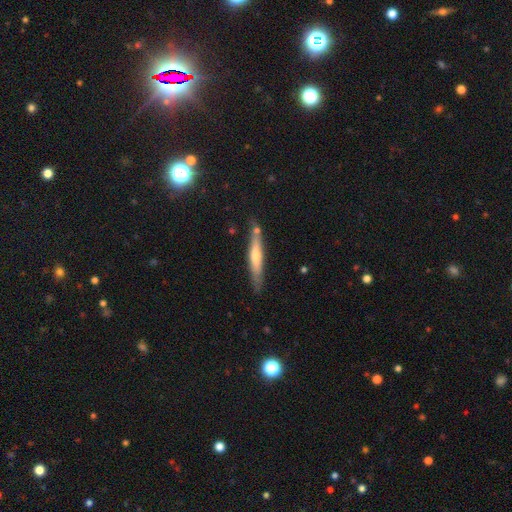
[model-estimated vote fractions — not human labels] smooth-or-featured: featured or disk: 50% | smooth: 44% | star or artifact: 6%
  disk-edge-on: yes: 91% | no: 9%
  merging: none: 75% | minor disturbance: 16% | merger: 6% | major disturbance: 3%